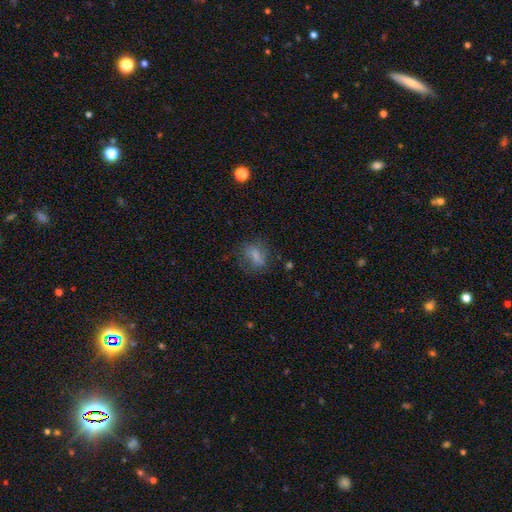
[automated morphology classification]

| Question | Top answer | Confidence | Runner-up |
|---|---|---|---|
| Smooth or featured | smooth | 65% | featured or disk (24%) |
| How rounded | in between | 62% | round (34%) |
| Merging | none | 62% | minor disturbance (22%) |